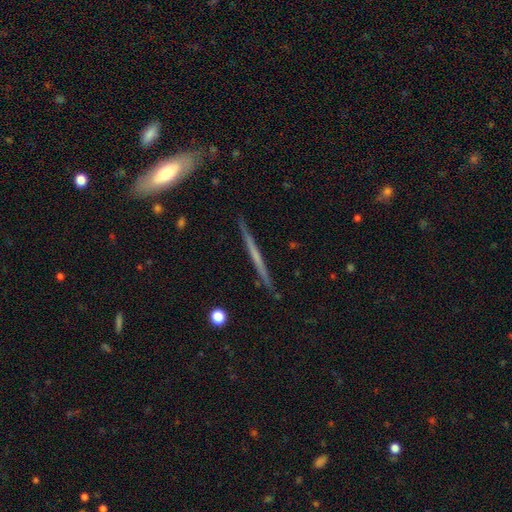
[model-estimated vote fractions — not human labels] Smooth or featured? Predicted: featured or disk (p=0.63). Edge-on disk? Predicted: yes (p=0.97). Edge-on bulge? Predicted: none (p=0.79). Merging? Predicted: none (p=0.89).